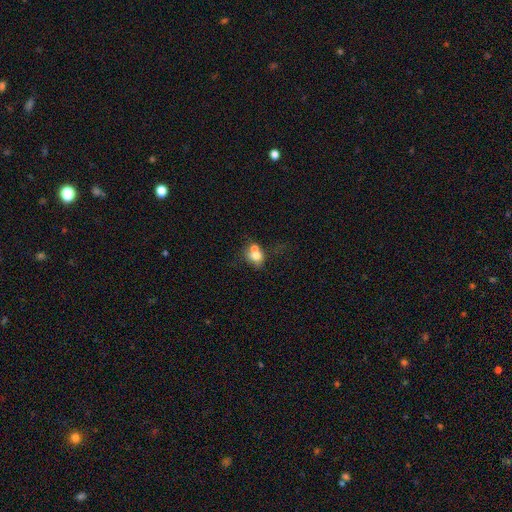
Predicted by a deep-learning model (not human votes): Smooth or featured? smooth (68%)
How rounded? round (56%)
Merging? merger (56%)